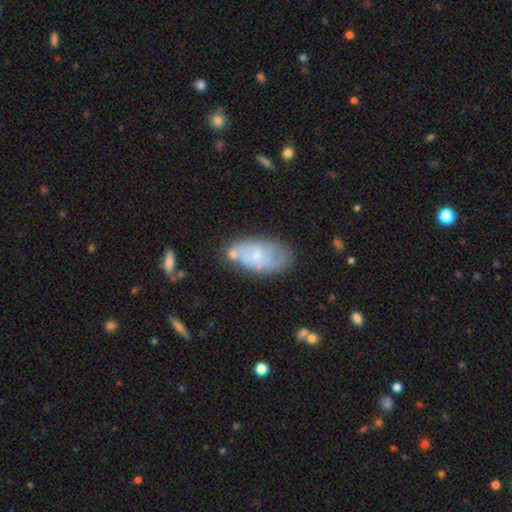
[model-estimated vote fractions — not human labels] Overall: featured or disk (49%; smooth 43%). Merging: none (54%; minor disturbance 25%).